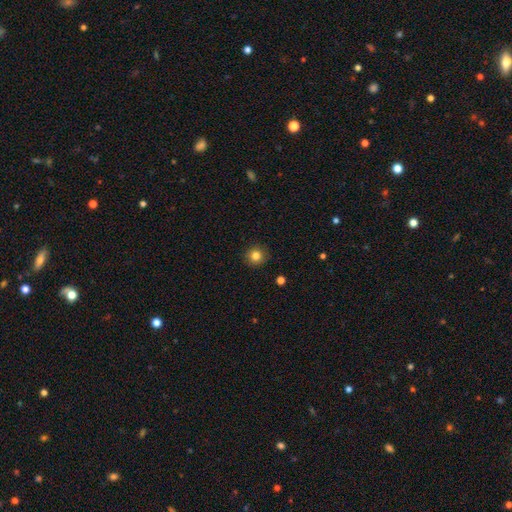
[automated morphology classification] Smooth or featured? Predicted: smooth (p=0.82). How rounded? Predicted: round (p=0.93). Merging? Predicted: none (p=0.91).